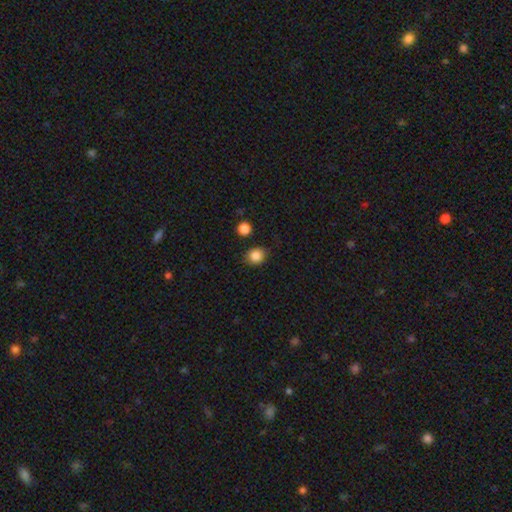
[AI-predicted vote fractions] This is clearly a smooth galaxy (86%). How rounded: likely round (74%). Merging: clearly none (80%).